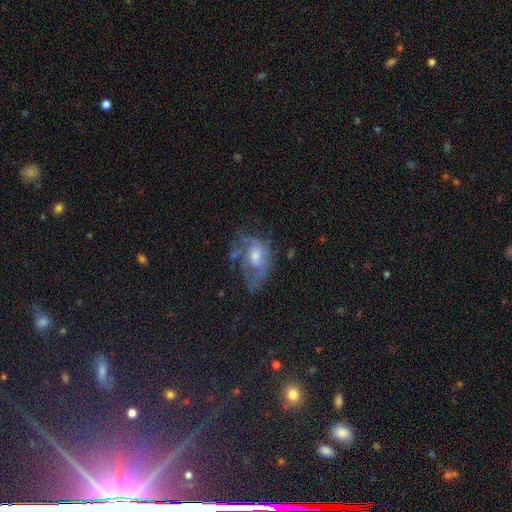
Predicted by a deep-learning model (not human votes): Smooth or featured? featured or disk (61%)
Edge-on disk? no (95%)
Bar? no (75%)
Spiral arms? yes (60%)
Bulge size? moderate (56%)
Merging? none (40%)